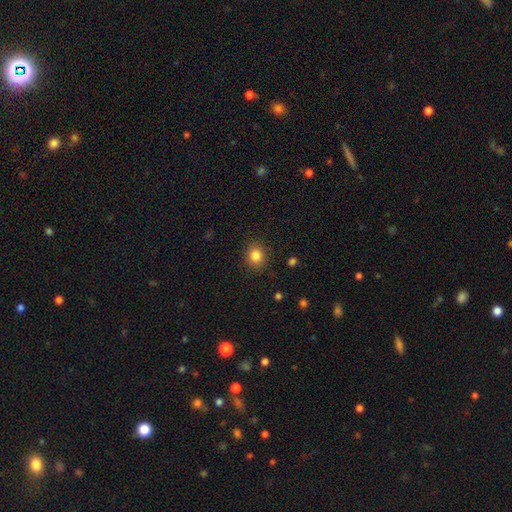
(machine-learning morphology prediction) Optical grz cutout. It shows a smooth galaxy with no disk features (84%) that is round (74%). Merging: none (89%).